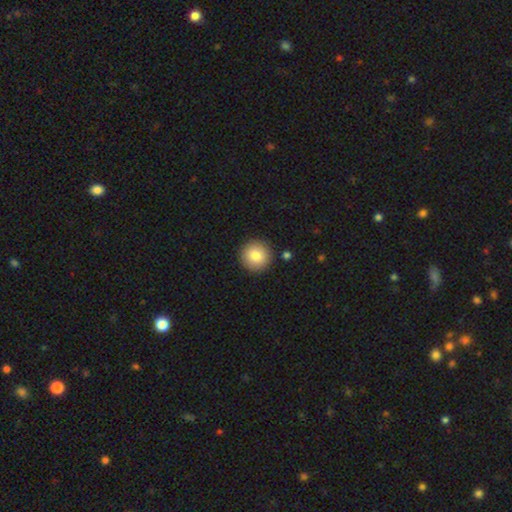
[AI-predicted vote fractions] This is clearly a smooth galaxy (84%). How rounded: clearly round (95%). Merging: clearly none (90%).